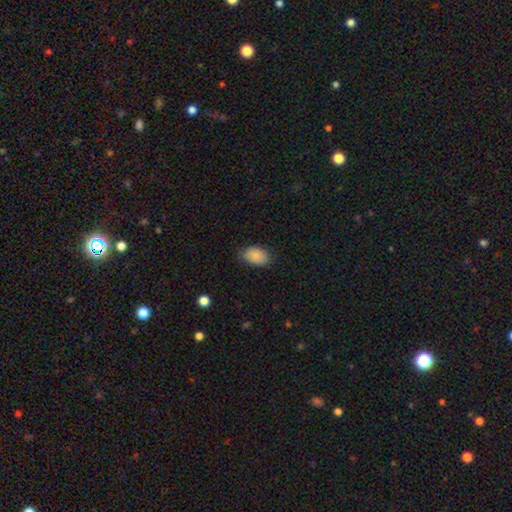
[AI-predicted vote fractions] Overall: smooth (87%). How rounded: in between (89%). Merging: none (78%).